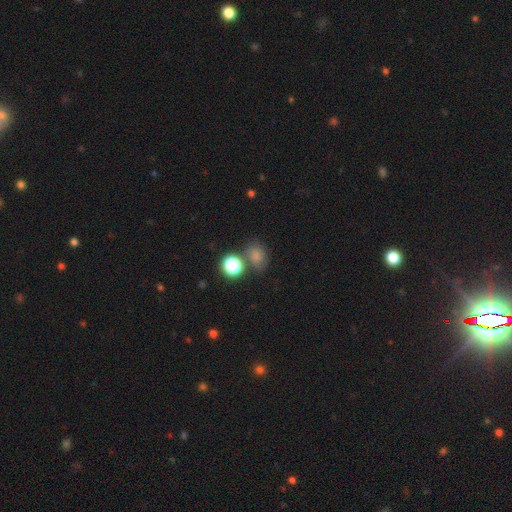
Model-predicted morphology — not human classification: Q: Smooth or featured?
A: smooth (74%); runner-up: star or artifact (18%)
Q: How rounded?
A: in between (52%); runner-up: round (47%)
Q: Merging?
A: none (60%); runner-up: merger (17%)